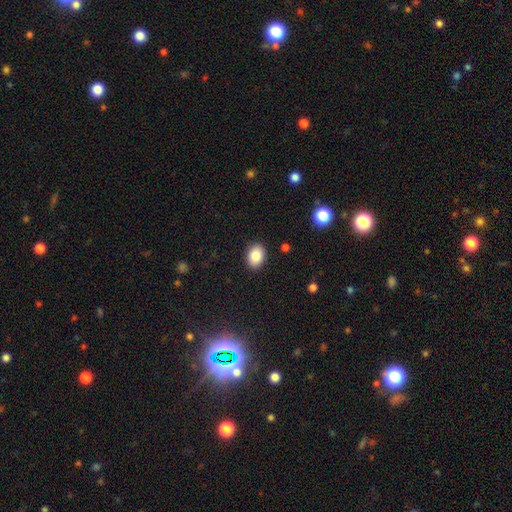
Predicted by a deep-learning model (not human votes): Smooth or featured? smooth (86%)
How rounded? in between (75%)
Merging? none (89%)